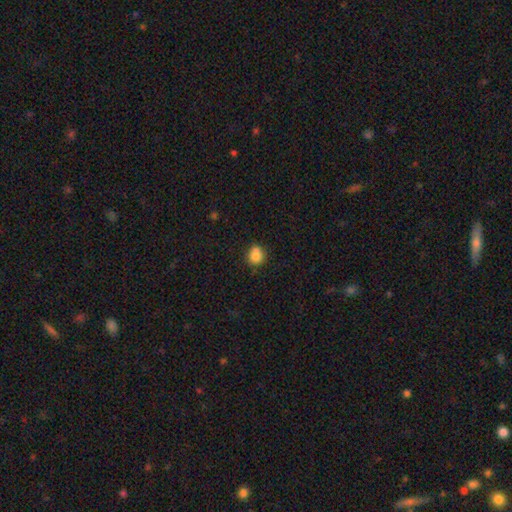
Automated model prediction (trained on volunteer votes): Overall: smooth (81%). How rounded: round (79%). Merging: none (57%; merger 21%).